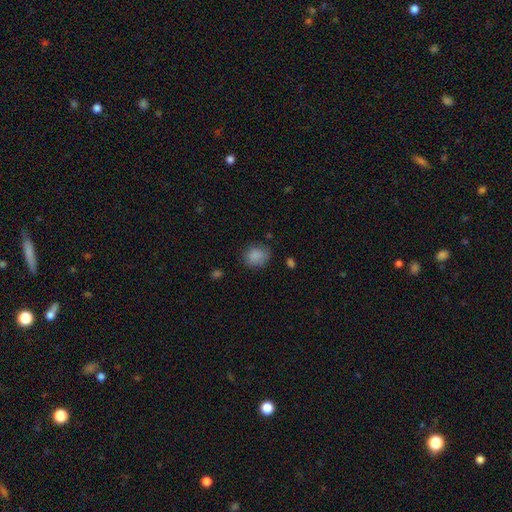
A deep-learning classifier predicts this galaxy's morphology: Q: Smooth or featured?
A: smooth (86%); runner-up: star or artifact (9%)
Q: How rounded?
A: round (56%); runner-up: in between (43%)
Q: Merging?
A: none (74%); runner-up: minor disturbance (20%)